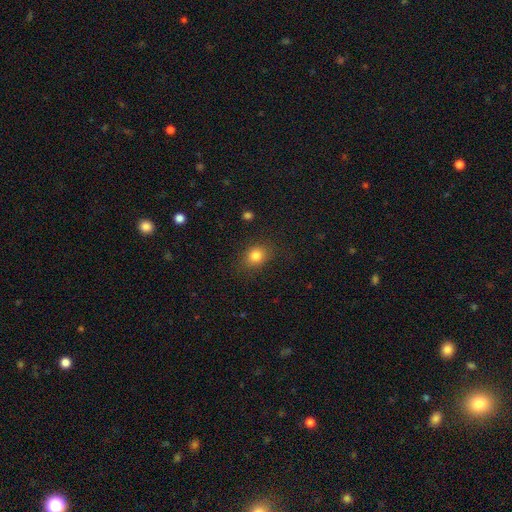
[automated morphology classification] Smooth or featured? smooth (82%)
How rounded? round (58%)
Merging? none (84%)